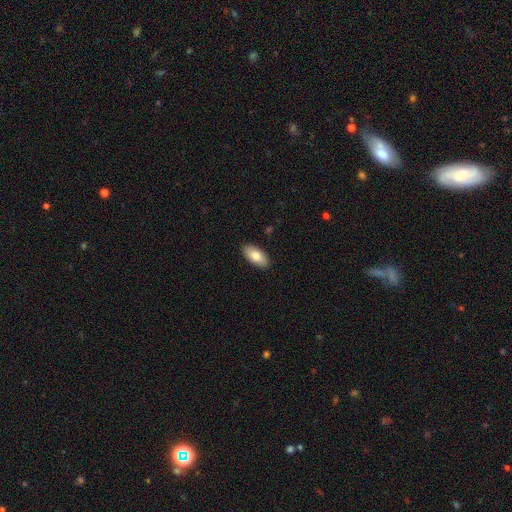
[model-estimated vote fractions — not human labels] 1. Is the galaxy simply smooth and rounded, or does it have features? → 79% smooth, 15% featured or disk, 6% star or artifact.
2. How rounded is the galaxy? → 91% in between, 6% cigar-shaped, 2% round.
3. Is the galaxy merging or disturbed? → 90% none, 7% minor disturbance, 2% major disturbance, 1% merger.